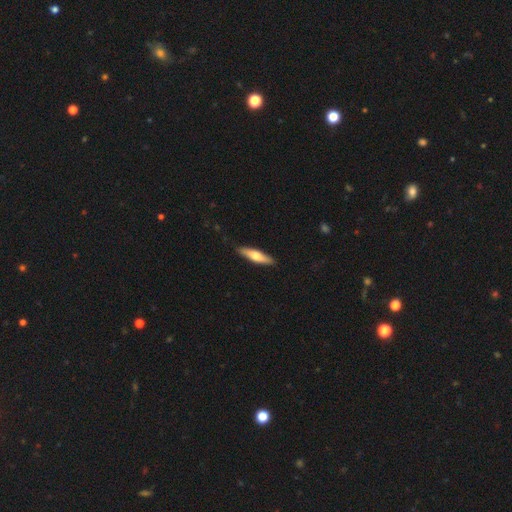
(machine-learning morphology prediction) A smooth galaxy with no disk features (53%) that is cigar-shaped (75%). Merging: none (89%).